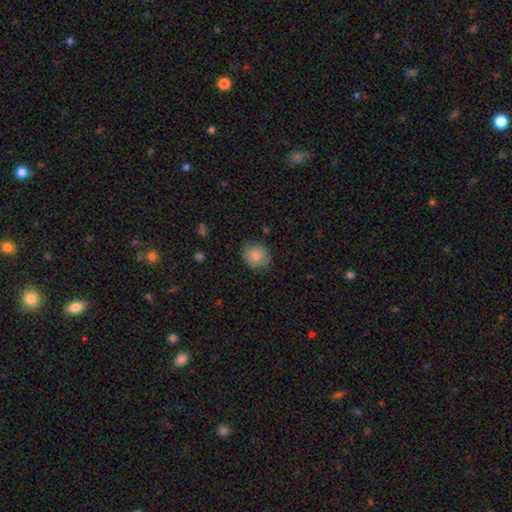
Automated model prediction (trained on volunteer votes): Smooth or featured?
  - smooth: 83% *
  - featured or disk: 10%
  - star or artifact: 8%
How rounded?
  - round: 71% *
  - in between: 28%
  - cigar-shaped: 1%
Merging?
  - none: 75% *
  - minor disturbance: 20%
  - major disturbance: 4%
  - merger: 1%